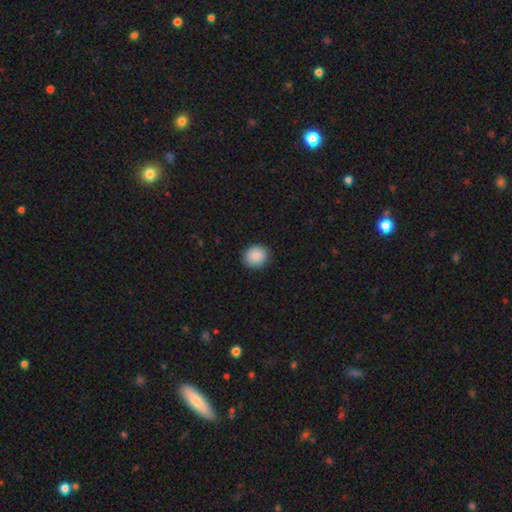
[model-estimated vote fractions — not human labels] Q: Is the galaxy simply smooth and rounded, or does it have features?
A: smooth — 88%.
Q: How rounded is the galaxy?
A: round — 77%.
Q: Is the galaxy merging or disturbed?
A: none — 89%.